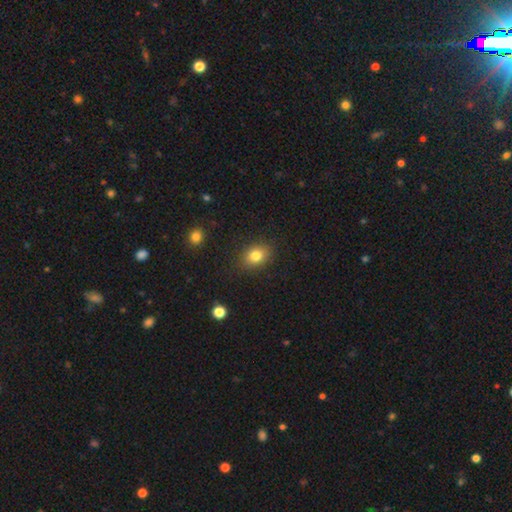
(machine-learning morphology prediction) Q: Smooth or featured?
A: smooth (81%); runner-up: star or artifact (10%)
Q: How rounded?
A: in between (63%); runner-up: round (36%)
Q: Merging?
A: none (85%); runner-up: minor disturbance (10%)